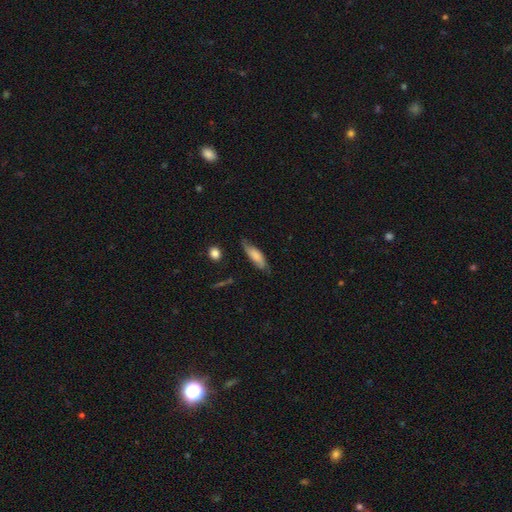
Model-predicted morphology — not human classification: type=smooth (62%); roundness=in between (52%); merging=none (67%).